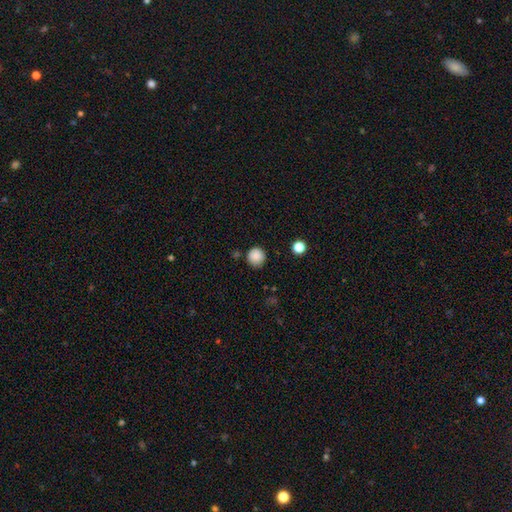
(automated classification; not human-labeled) Q: Smooth or featured?
A: smooth (87%); runner-up: star or artifact (9%)
Q: How rounded?
A: round (94%); runner-up: in between (5%)
Q: Merging?
A: none (82%); runner-up: minor disturbance (12%)